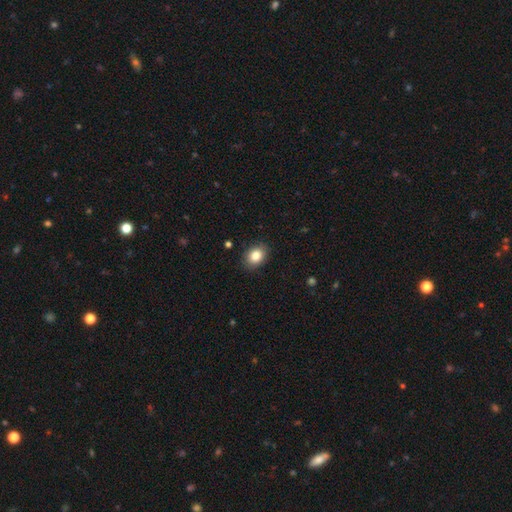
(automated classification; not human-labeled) This appears to be a smooth galaxy with no disk features (85%) that is in between round and cigar-shaped (67%). Merging: none (88%).